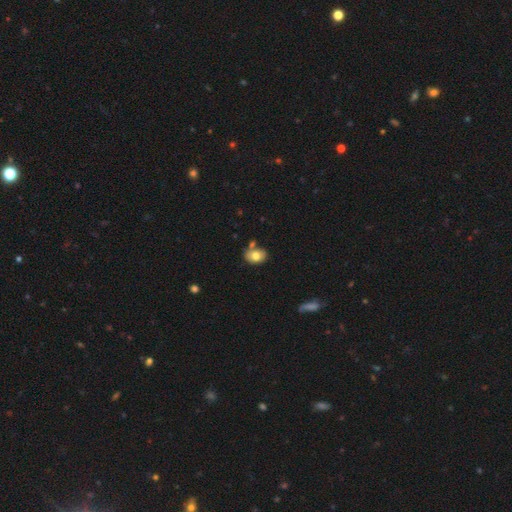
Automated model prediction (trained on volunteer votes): smooth 76%, featured or disk 15%, star or artifact 9%. Down the decision tree: how rounded — in between (67%); merging — none (66%).